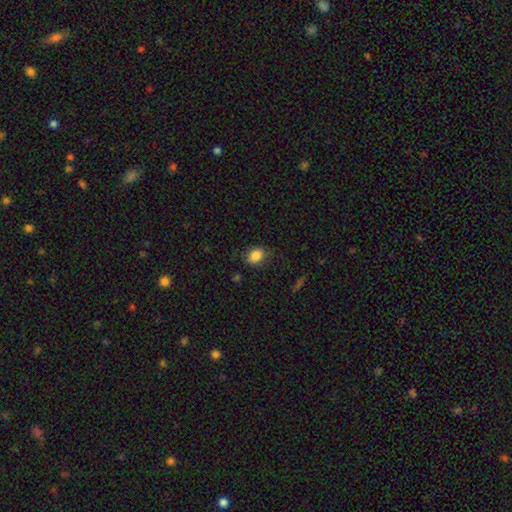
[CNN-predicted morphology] Q: Smooth or featured?
A: smooth (86%); runner-up: star or artifact (9%)
Q: How rounded?
A: in between (70%); runner-up: round (29%)
Q: Merging?
A: none (78%); runner-up: minor disturbance (17%)